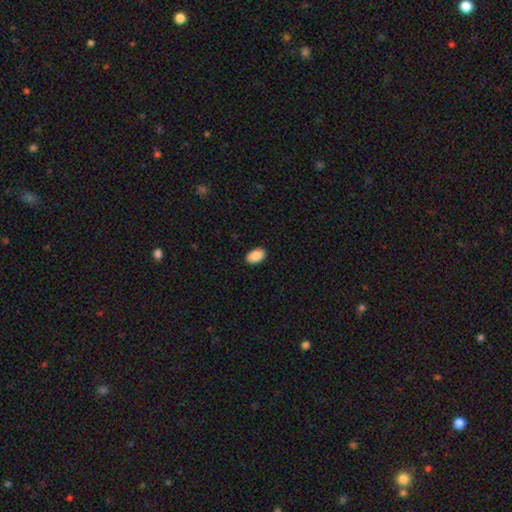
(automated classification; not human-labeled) Smooth or featured? Predicted: smooth (p=0.90). How rounded? Predicted: in between (p=0.91). Merging? Predicted: none (p=0.89).